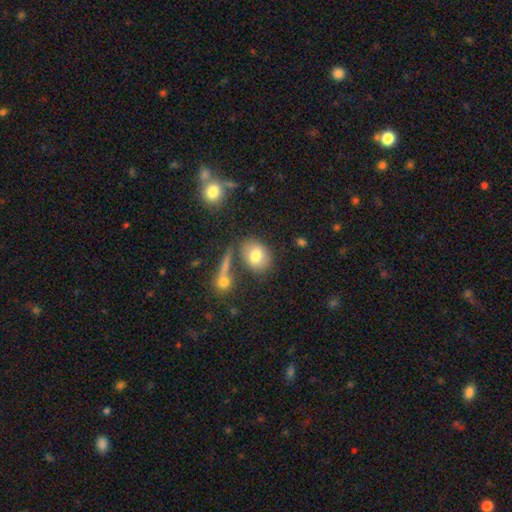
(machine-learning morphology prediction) smooth 77%, featured or disk 14%, star or artifact 10%. Down the decision tree: how rounded — in between (49%, tied with round); merging — none (67%).